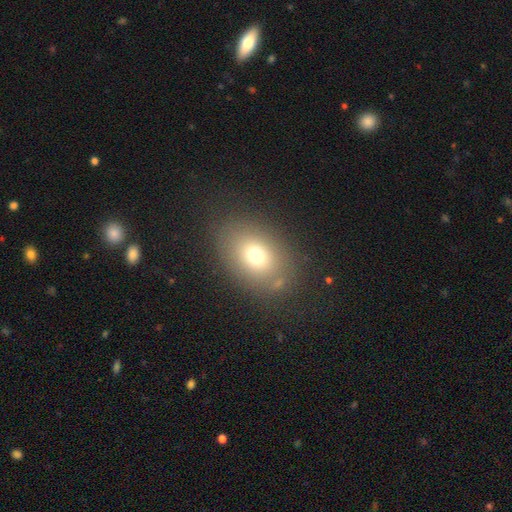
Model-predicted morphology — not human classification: The model was most divided on "how rounded": in between: 67%, round: 32%, cigar-shaped: 1%. More confident: merging — none (79%); smooth or featured — smooth (71%).